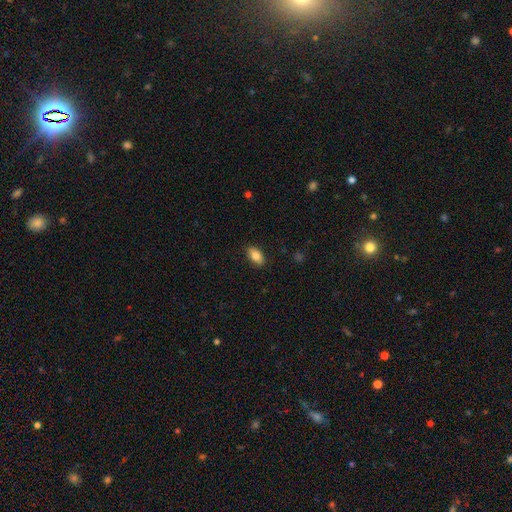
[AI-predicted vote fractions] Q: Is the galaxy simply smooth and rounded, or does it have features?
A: smooth — 82%.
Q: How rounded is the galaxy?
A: in between — 91%.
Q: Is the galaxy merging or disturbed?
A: none — 88%.